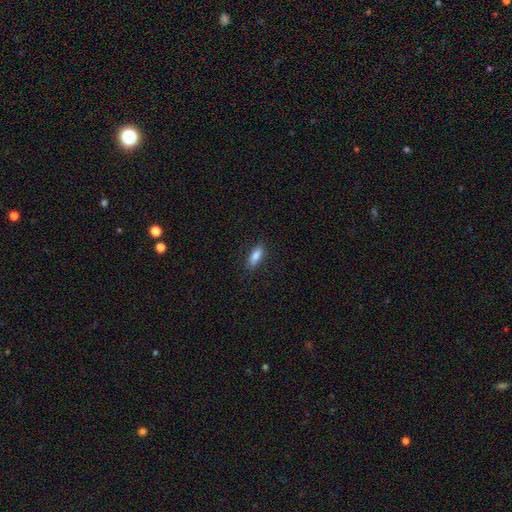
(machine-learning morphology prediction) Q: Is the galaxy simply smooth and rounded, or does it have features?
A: smooth — 81%.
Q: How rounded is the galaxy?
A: in between — 59%.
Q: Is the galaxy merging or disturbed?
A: none — 84%.